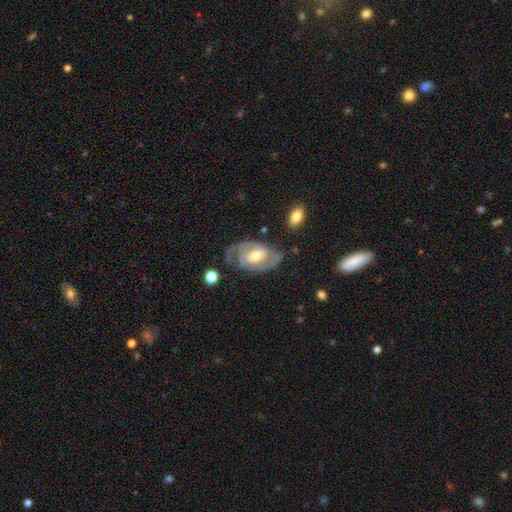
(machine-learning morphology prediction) type=featured or disk (84%); edge-on=no (96%); bar=weak (46%); spiral arms=yes (93%); winding=medium (45%); arm count=2 (80%); bulge=moderate (64%); merging=none (67%).